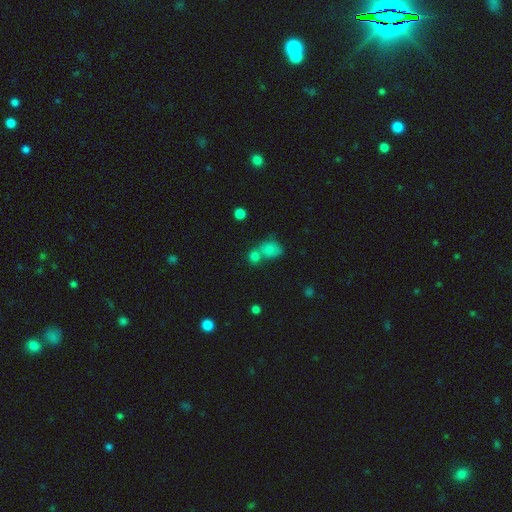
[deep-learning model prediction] Q: Smooth or featured?
A: smooth (71%); runner-up: star or artifact (21%)
Q: How rounded?
A: round (62%); runner-up: in between (36%)
Q: Merging?
A: none (43%); runner-up: merger (42%)